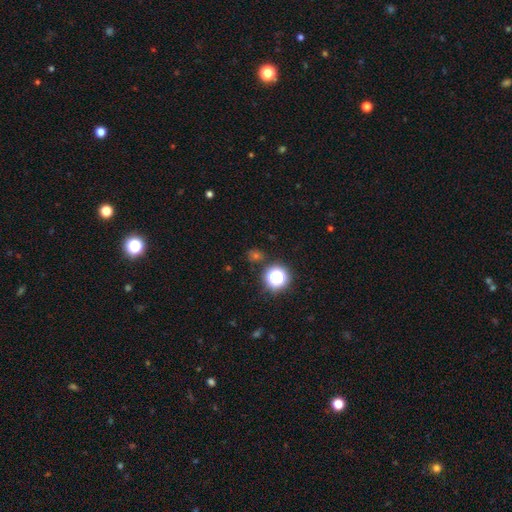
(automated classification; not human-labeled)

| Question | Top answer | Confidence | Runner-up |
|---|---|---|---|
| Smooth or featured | star or artifact | 57% | smooth (36%) |